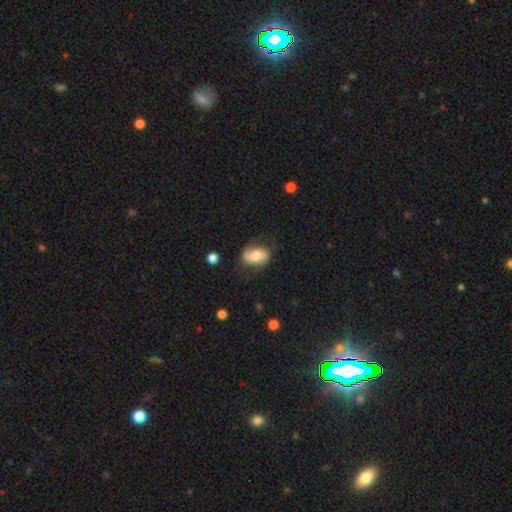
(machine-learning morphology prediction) Smooth or featured: featured or disk — 52% (smooth — 40%)
Edge-on disk: no — 96% (yes — 4%)
Bar: no — 49% (weak — 36%)
Spiral arms: yes — 87% (no — 13%)
Bulge size: moderate — 50% (small — 23%)
Merging: none — 65% (minor disturbance — 23%)